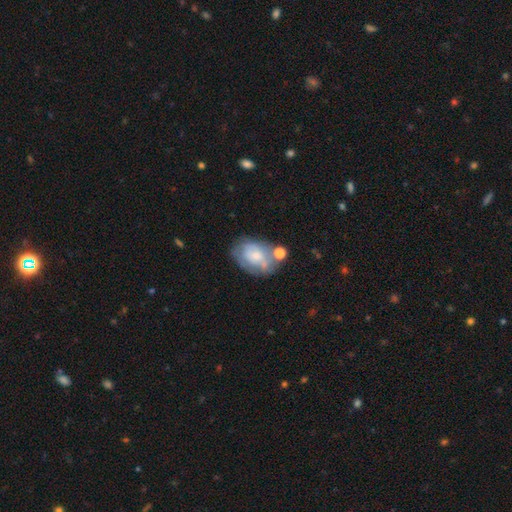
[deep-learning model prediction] This appears to be a smooth galaxy with no disk features (47%). Merging: none (44%).